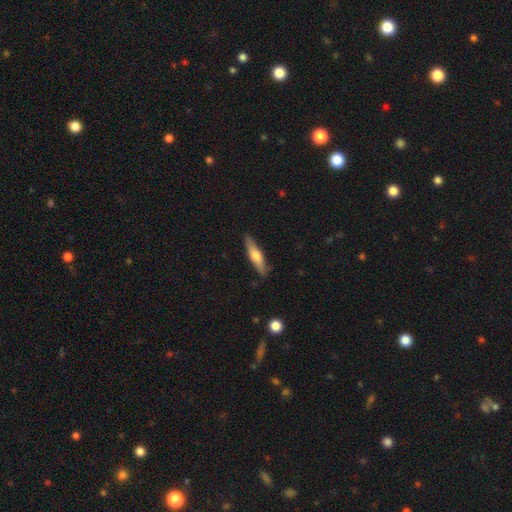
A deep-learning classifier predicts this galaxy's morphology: The model was most divided on "smooth or featured": smooth: 54%, featured or disk: 41%, star or artifact: 5%. More confident: merging — none (86%); how rounded — cigar-shaped (77%).